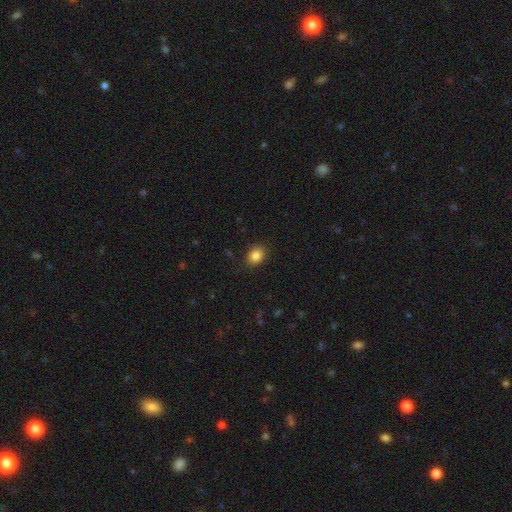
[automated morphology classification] Smooth or featured?
  - smooth: 85% *
  - star or artifact: 10%
  - featured or disk: 5%
How rounded?
  - in between: 50% *
  - round: 49%
  - cigar-shaped: 1%
Merging?
  - none: 87% *
  - minor disturbance: 9%
  - major disturbance: 2%
  - merger: 1%